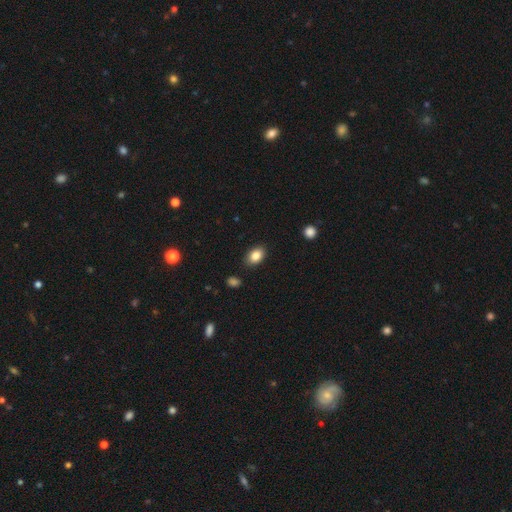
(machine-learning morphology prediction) Q: Smooth or featured?
A: smooth (86%); runner-up: star or artifact (8%)
Q: How rounded?
A: in between (84%); runner-up: round (15%)
Q: Merging?
A: none (86%); runner-up: minor disturbance (10%)